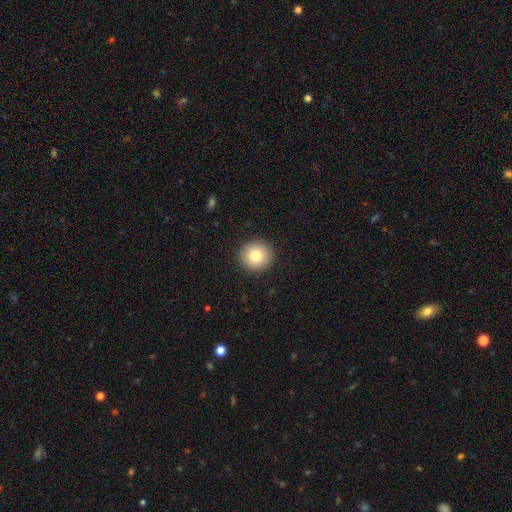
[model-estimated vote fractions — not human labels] smooth_or_featured: smooth (p=0.80) [alt: featured or disk p=0.10]
how_rounded: round (p=0.94) [alt: in between p=0.05]
merging: none (p=0.93) [alt: minor disturbance p=0.05]